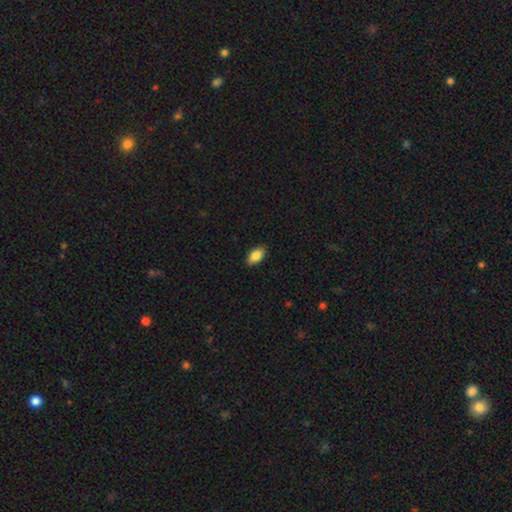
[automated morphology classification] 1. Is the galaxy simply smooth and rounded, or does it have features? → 85% smooth, 8% featured or disk, 7% star or artifact.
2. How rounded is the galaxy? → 92% in between, 4% cigar-shaped, 4% round.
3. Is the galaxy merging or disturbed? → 89% none, 9% minor disturbance, 2% major disturbance, 1% merger.